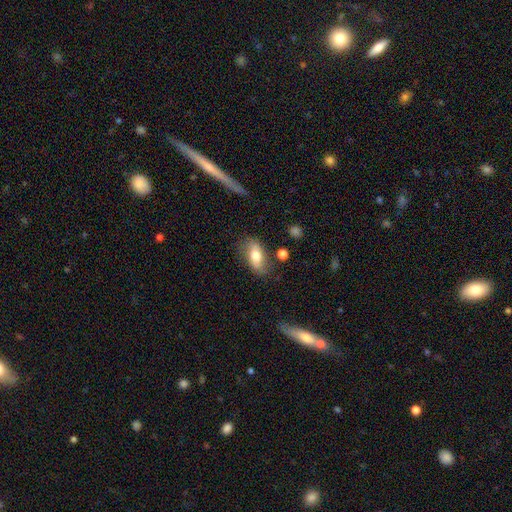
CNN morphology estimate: type=smooth (70%); roundness=in between (86%); merging=none (74%).